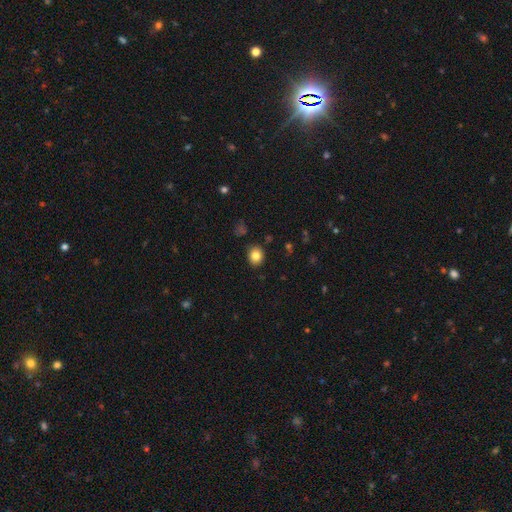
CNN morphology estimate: Smooth or featured? smooth (82%)
How rounded? round (64%)
Merging? none (88%)